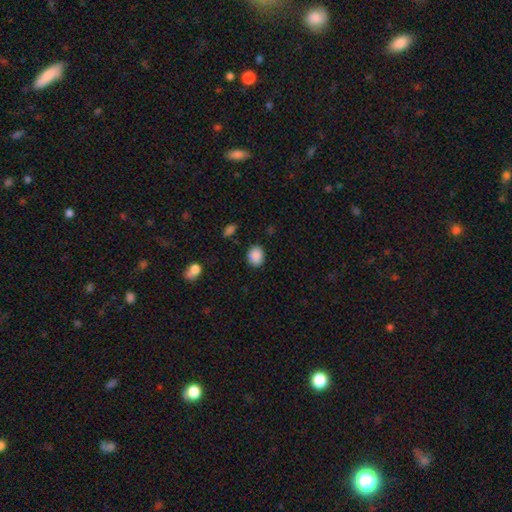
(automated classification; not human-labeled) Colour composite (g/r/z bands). It shows a smooth galaxy with no disk features (88%) that is round (50%). Merging: none (84%).